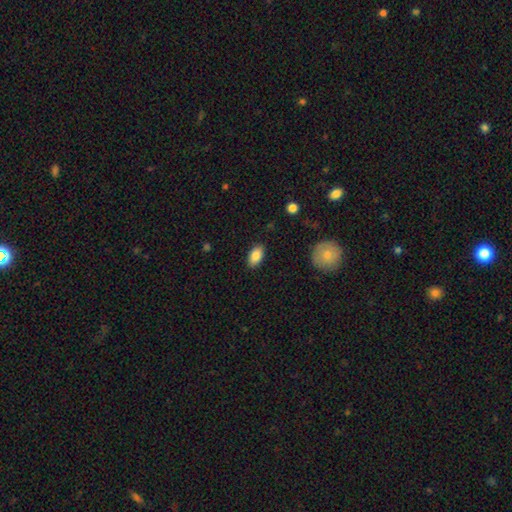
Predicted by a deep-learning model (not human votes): Q: Smooth or featured?
A: smooth (84%); runner-up: featured or disk (9%)
Q: How rounded?
A: in between (92%); runner-up: round (5%)
Q: Merging?
A: none (87%); runner-up: minor disturbance (9%)